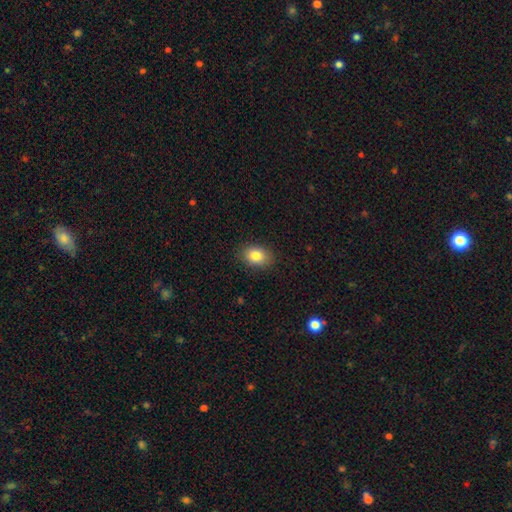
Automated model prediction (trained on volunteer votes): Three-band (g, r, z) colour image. It shows a smooth galaxy with no disk features (83%) that is in between round and cigar-shaped (76%). Merging: none (88%).